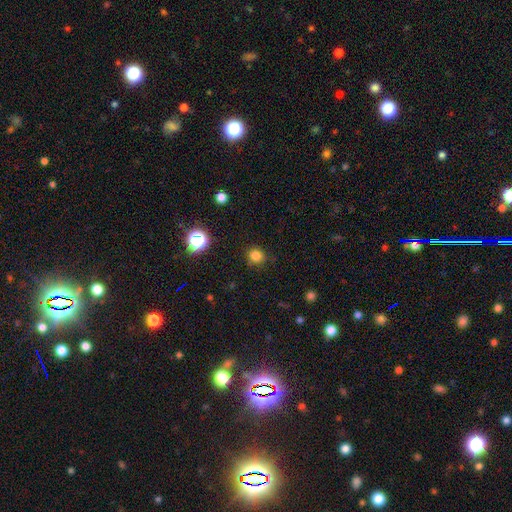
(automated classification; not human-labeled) Smooth or featured: smooth — 80% (star or artifact — 16%)
How rounded: round — 87% (in between — 12%)
Merging: none — 85% (minor disturbance — 11%)